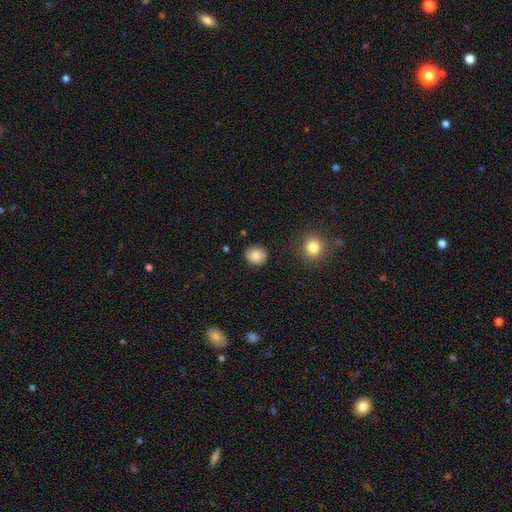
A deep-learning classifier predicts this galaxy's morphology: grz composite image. It shows a smooth galaxy with no disk features (83%) that is round (78%). Merging: none (88%).